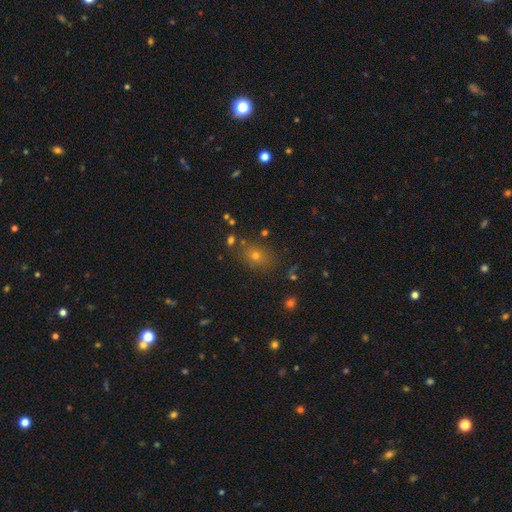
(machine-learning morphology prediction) A smooth galaxy with no disk features (62%) that is in between round and cigar-shaped (50%). Merging: none (80%).